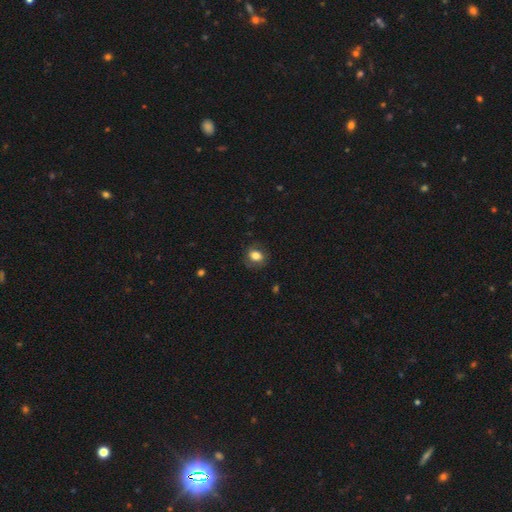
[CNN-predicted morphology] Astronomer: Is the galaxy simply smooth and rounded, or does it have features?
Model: smooth — 79%.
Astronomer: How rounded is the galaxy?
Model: in between — 55% (runner-up: round, 44%).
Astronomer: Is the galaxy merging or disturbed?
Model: none — 79%.